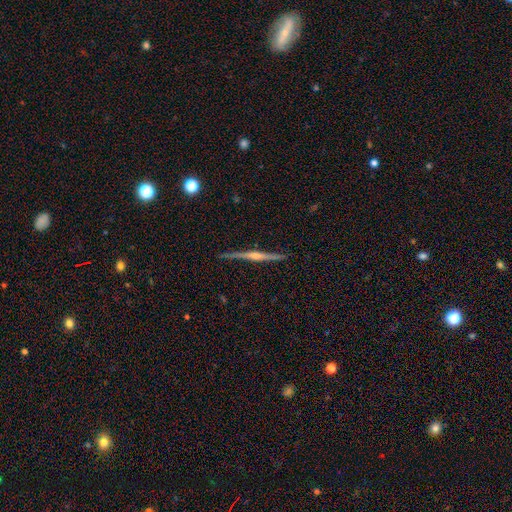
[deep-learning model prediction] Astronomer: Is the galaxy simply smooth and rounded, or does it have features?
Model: featured or disk — 85%.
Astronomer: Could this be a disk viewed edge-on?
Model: yes — 99%.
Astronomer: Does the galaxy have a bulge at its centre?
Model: rounded — 87%.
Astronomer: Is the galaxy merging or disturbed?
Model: none — 92%.